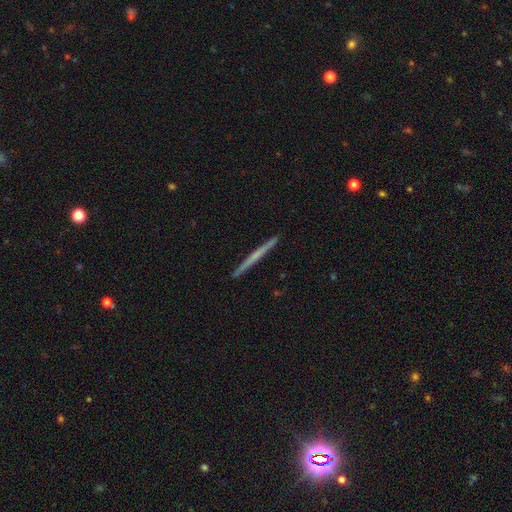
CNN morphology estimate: Q: Smooth or featured?
A: featured or disk (57%); runner-up: smooth (38%)
Q: Edge-on disk?
A: yes (98%); runner-up: no (2%)
Q: Edge-on bulge?
A: none (82%); runner-up: rounded (14%)
Q: Merging?
A: none (93%); runner-up: minor disturbance (5%)